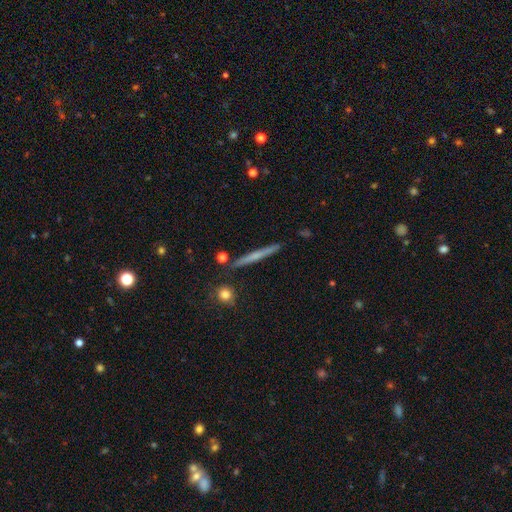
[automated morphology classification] Smooth or featured? Predicted: featured or disk (p=0.50). Merging? Predicted: none (p=0.89).